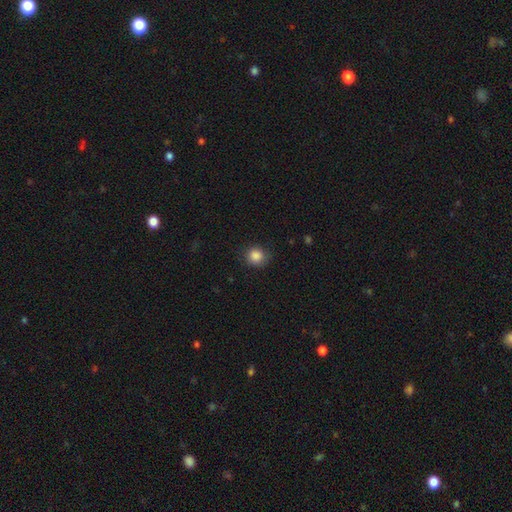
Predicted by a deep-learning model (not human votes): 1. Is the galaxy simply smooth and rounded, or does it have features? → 87% smooth, 10% star or artifact, 3% featured or disk.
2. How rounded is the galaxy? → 86% round, 13% in between, 1% cigar-shaped.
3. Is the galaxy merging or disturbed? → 83% none, 12% minor disturbance, 3% major disturbance, 1% merger.